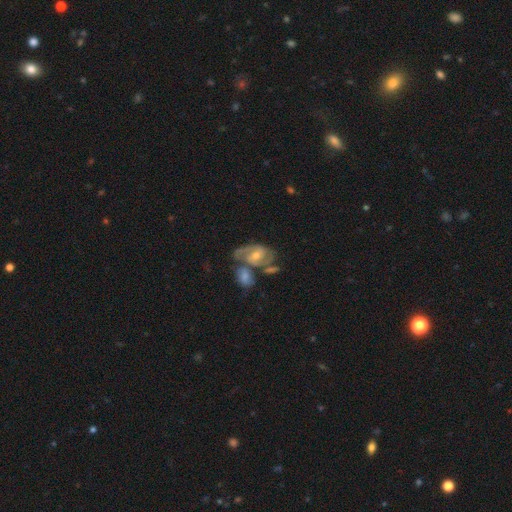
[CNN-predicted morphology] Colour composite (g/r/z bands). It shows a featured or disk galaxy (78%) with no bar (50%), 2 (67%) medium (47%) spiral arms (90%) and a moderate central bulge (59%). Merging: none (36%, tied with merger).